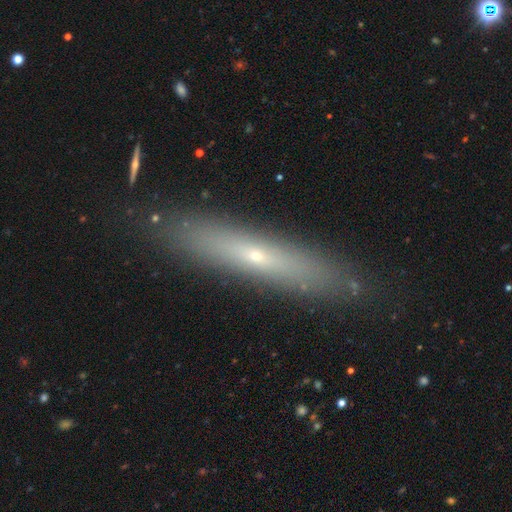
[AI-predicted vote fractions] smooth-or-featured: featured or disk: 51% | smooth: 39% | star or artifact: 10%
  disk-edge-on: yes: 71% | no: 29%
  merging: none: 86% | minor disturbance: 10% | major disturbance: 3% | merger: 2%